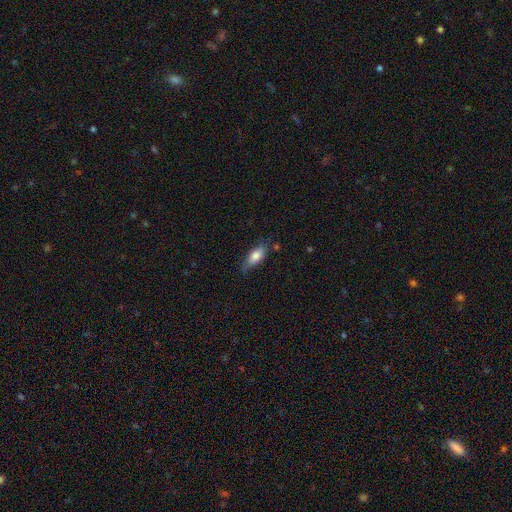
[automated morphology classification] A smooth galaxy with no disk features (74%) that is in between round and cigar-shaped (77%). Merging: none (64%).